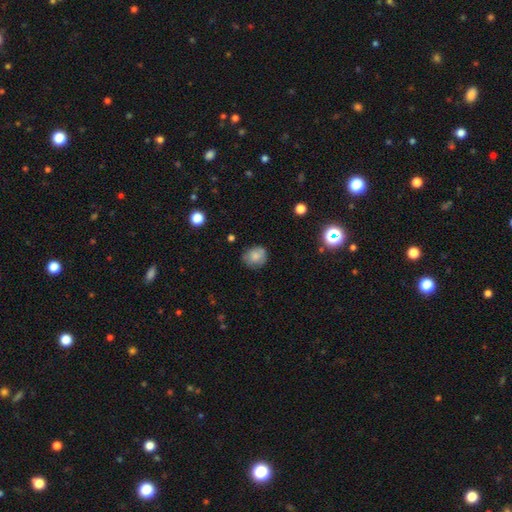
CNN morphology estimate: Smooth or featured: smooth — 77% (featured or disk — 13%)
How rounded: round — 72% (in between — 27%)
Merging: none — 73% (minor disturbance — 20%)